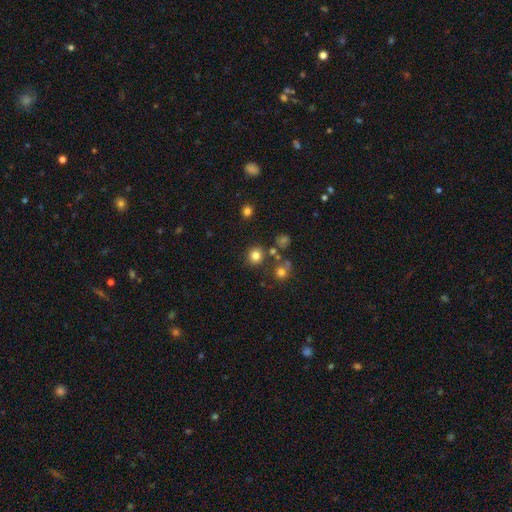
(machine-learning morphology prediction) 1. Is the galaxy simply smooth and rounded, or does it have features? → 80% smooth, 14% star or artifact, 6% featured or disk.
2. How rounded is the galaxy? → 88% round, 11% in between, 1% cigar-shaped.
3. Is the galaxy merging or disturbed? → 81% none, 9% minor disturbance, 7% merger, 3% major disturbance.